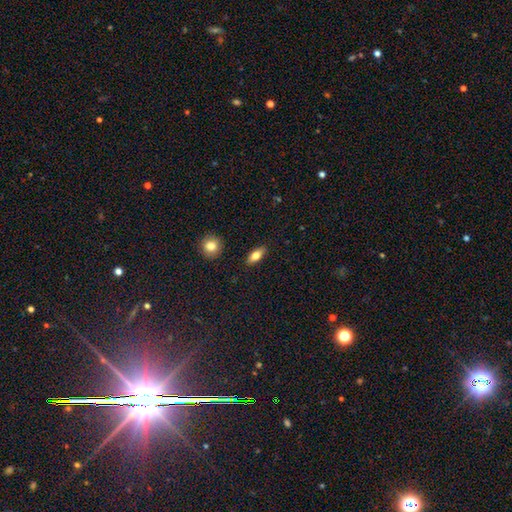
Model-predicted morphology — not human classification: A smooth galaxy with no disk features (72%) that is in between round and cigar-shaped (76%). Merging: none (89%).